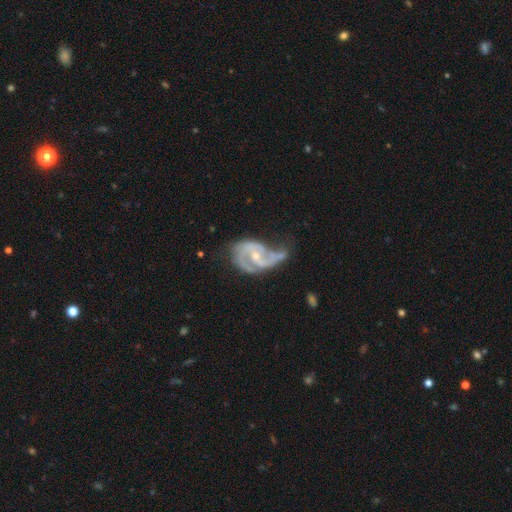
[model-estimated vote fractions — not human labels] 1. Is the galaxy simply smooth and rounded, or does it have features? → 89% featured or disk, 6% smooth, 5% star or artifact.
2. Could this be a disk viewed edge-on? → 98% no, 2% yes.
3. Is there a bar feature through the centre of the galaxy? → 45% no, 41% weak, 14% strong.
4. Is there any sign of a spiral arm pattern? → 95% yes, 5% no.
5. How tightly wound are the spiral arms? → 50% medium, 28% tight, 22% loose.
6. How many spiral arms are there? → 71% 2, 11% 3, 8% can't tell, 6% 1, 2% 4, 2% more than 4.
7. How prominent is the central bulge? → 58% small, 39% moderate, 1% none, 1% large, 1% dominant.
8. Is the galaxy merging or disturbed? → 31% none, 30% major disturbance, 29% minor disturbance, 9% merger.